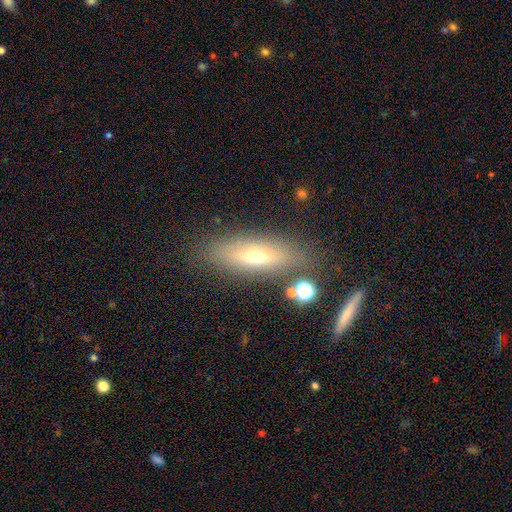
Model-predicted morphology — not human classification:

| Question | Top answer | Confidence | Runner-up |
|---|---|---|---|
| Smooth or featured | smooth | 55% | featured or disk (34%) |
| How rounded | in between | 50% | cigar-shaped (46%) |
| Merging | none | 79% | minor disturbance (12%) |